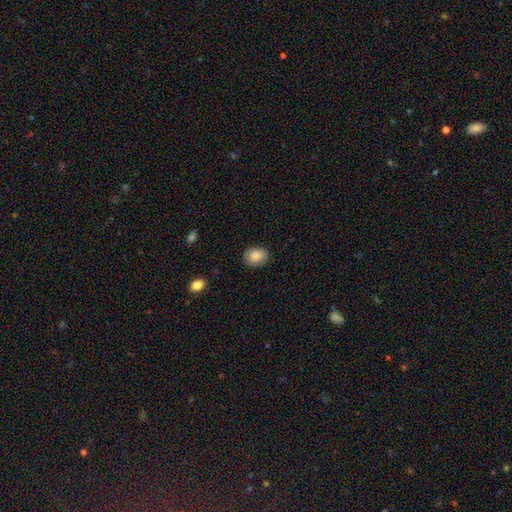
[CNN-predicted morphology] This appears to be a smooth galaxy with no disk features (85%) that is in between round and cigar-shaped (58%). Merging: none (82%).